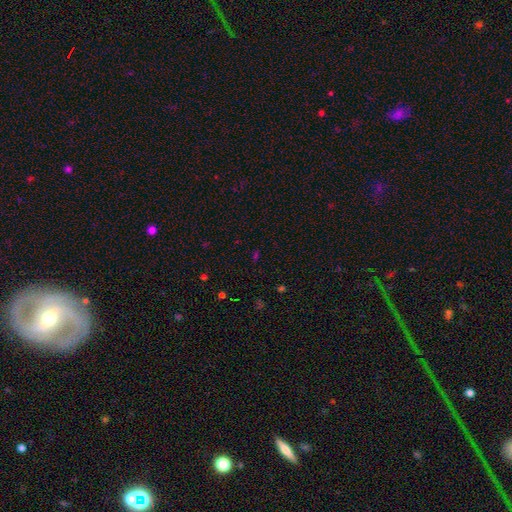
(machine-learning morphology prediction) A star or artifact, not a galaxy (58%).